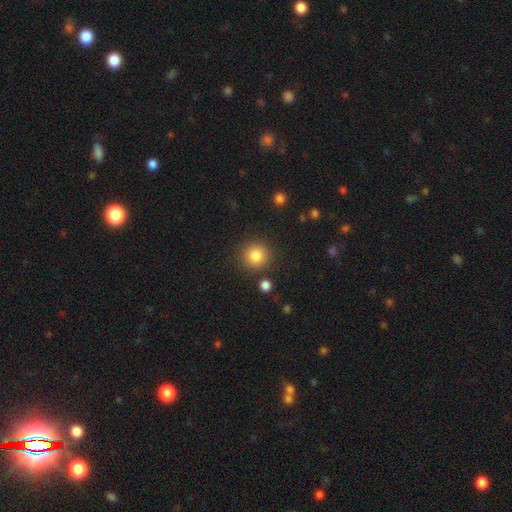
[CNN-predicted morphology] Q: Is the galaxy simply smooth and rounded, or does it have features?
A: smooth — 85%.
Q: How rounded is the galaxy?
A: round — 93%.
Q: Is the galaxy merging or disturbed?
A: none — 87%.